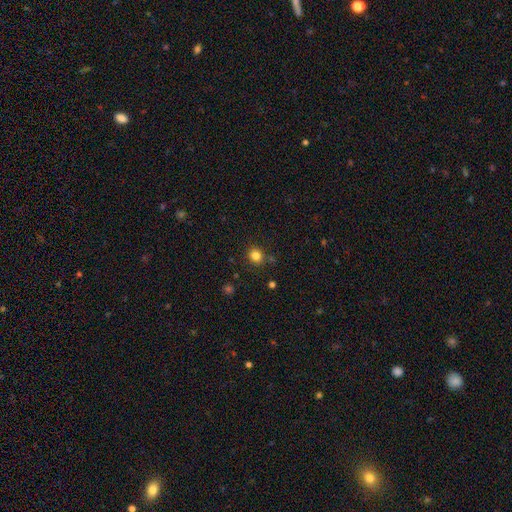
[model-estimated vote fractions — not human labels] A smooth galaxy with no disk features (82%) that is round (81%). Merging: none (84%).